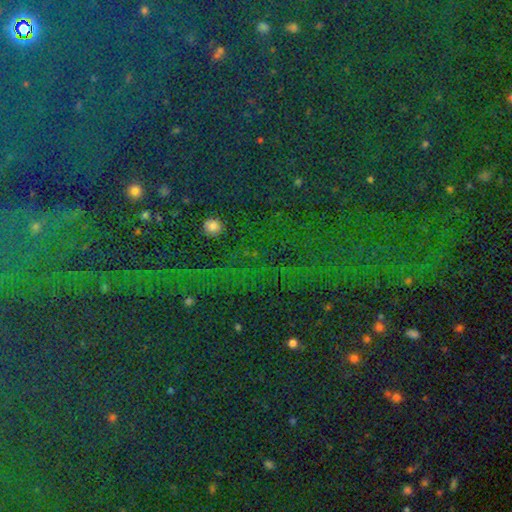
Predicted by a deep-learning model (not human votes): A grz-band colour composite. It shows a star or artifact, not a galaxy (83%).